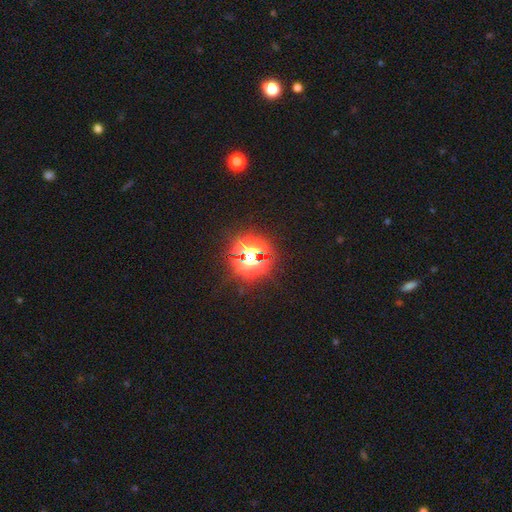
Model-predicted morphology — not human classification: A star or artifact, not a galaxy (67%).

Vote fractions:
- Smooth or featured? star or artifact: 67% / smooth: 23% / featured or disk: 10%